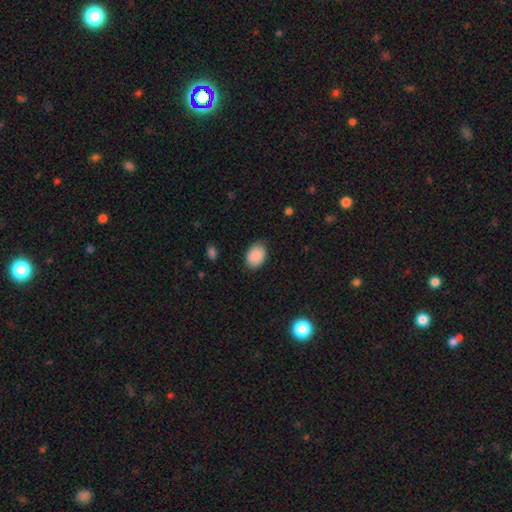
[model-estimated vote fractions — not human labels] Smooth or featured? Predicted: smooth (p=0.88). How rounded? Predicted: in between (p=0.78). Merging? Predicted: none (p=0.80).